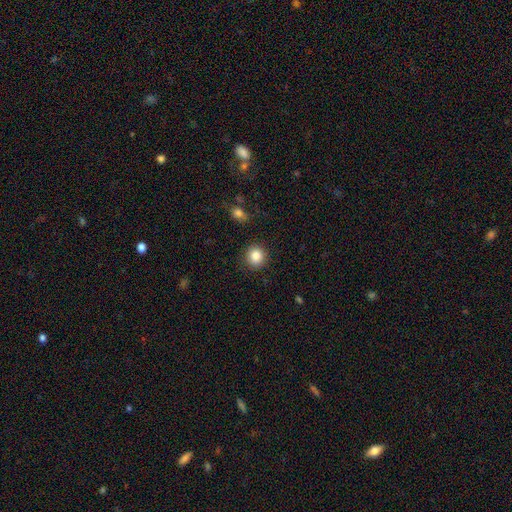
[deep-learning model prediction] Smooth or featured? smooth (86%)
How rounded? round (87%)
Merging? none (89%)